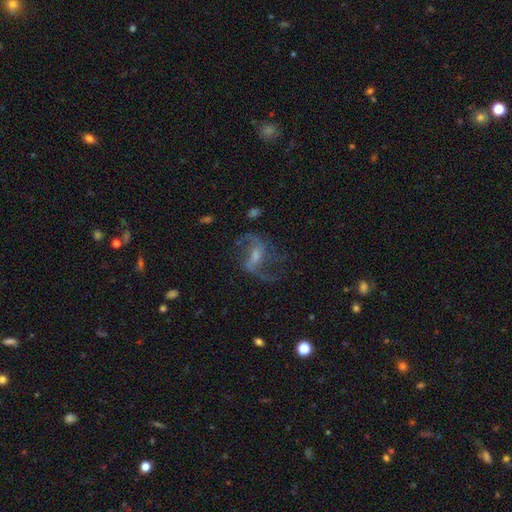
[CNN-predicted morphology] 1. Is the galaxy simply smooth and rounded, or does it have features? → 81% featured or disk, 10% smooth, 9% star or artifact.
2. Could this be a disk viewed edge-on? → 96% no, 4% yes.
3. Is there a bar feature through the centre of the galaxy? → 50% weak, 28% strong, 21% no.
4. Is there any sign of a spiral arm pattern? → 91% yes, 9% no.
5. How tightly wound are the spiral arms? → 62% loose, 32% medium, 6% tight.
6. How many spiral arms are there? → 76% 2, 8% can't tell, 7% 3, 4% 1, 3% 4, 2% more than 4.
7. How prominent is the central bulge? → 40% moderate, 37% small, 15% none, 6% large, 1% dominant.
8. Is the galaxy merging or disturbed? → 58% none, 24% major disturbance, 16% minor disturbance, 2% merger.